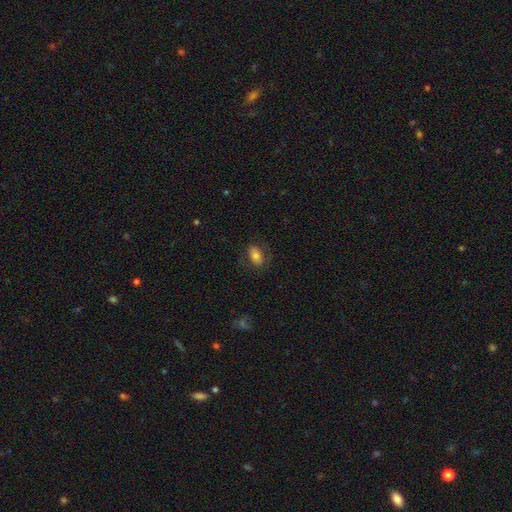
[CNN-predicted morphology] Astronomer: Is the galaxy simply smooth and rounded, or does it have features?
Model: smooth — 73%.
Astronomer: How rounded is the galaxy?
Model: in between — 88%.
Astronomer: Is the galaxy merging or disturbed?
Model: none — 73%.